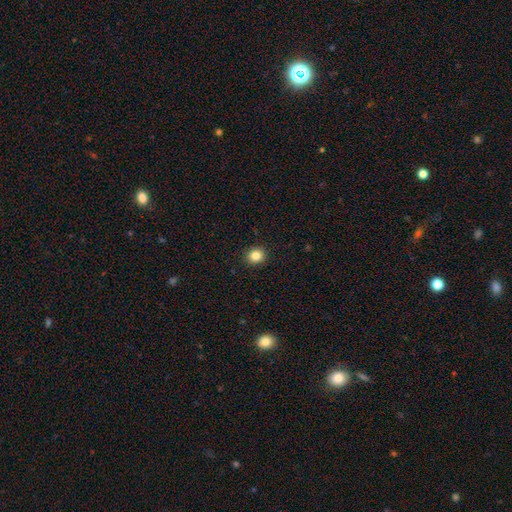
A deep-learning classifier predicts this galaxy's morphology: smooth_or_featured: smooth (p=0.84) [alt: star or artifact p=0.11]
how_rounded: round (p=0.82) [alt: in between p=0.17]
merging: none (p=0.92) [alt: minor disturbance p=0.06]